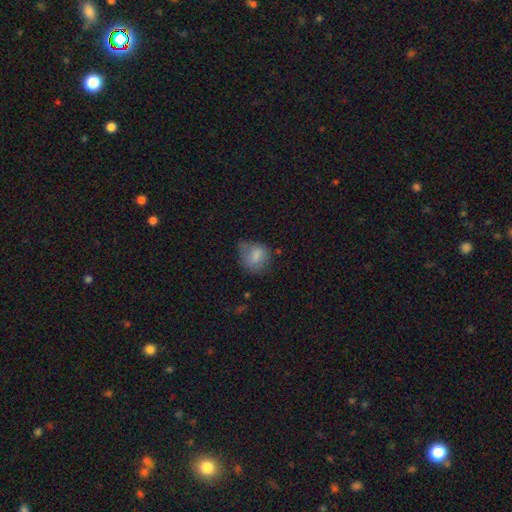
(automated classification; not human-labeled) Q: Smooth or featured?
A: smooth (77%); runner-up: featured or disk (14%)
Q: How rounded?
A: round (57%); runner-up: in between (42%)
Q: Merging?
A: none (42%); runner-up: minor disturbance (36%)